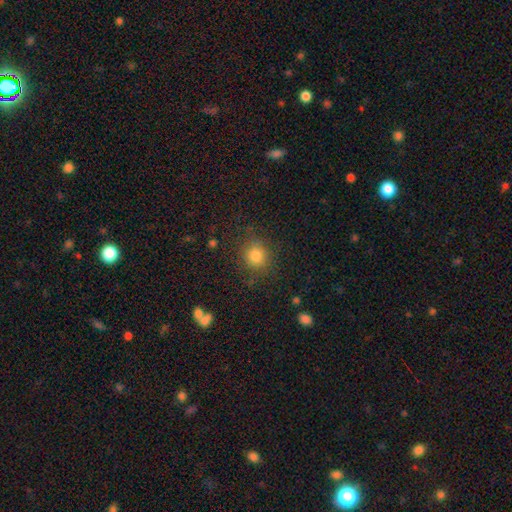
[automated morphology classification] Smooth or featured? smooth (81%)
How rounded? round (85%)
Merging? none (84%)